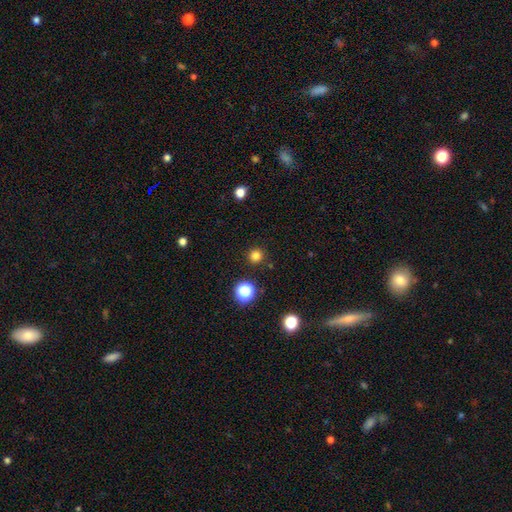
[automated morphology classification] A smooth galaxy with no disk features (79%) that is round (95%). Merging: none (91%).